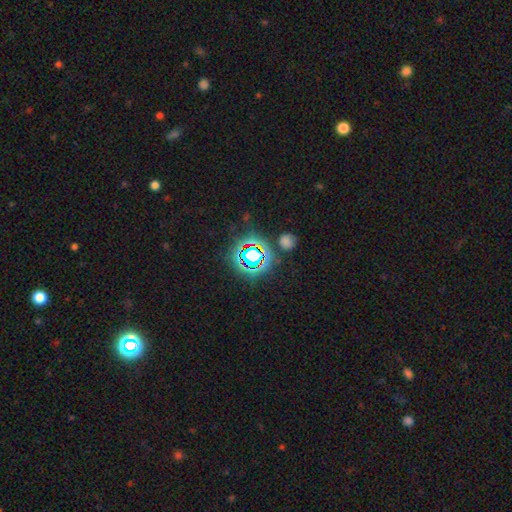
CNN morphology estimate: Q: Smooth or featured?
A: star or artifact (69%); runner-up: smooth (20%)